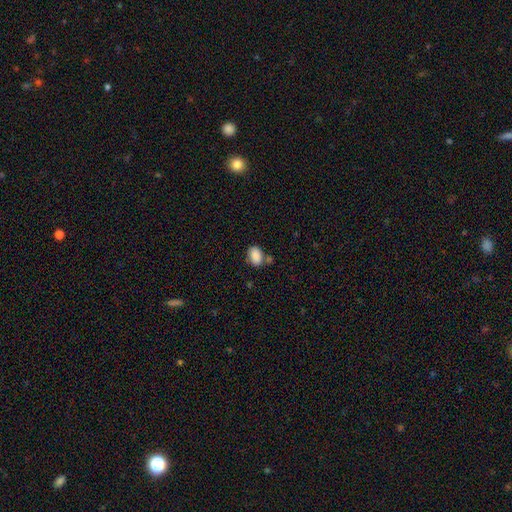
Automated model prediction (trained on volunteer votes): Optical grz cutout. It shows a smooth galaxy with no disk features (87%) that is in between round and cigar-shaped (81%). Merging: none (62%).